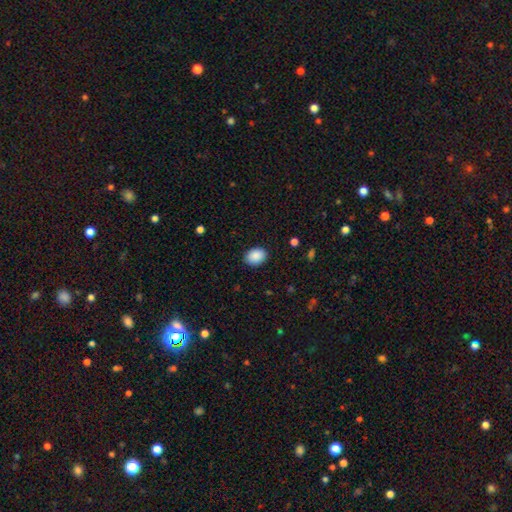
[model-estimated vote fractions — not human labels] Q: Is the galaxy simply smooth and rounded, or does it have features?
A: smooth — 90%.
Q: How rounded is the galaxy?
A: in between — 71%.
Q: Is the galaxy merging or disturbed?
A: none — 89%.